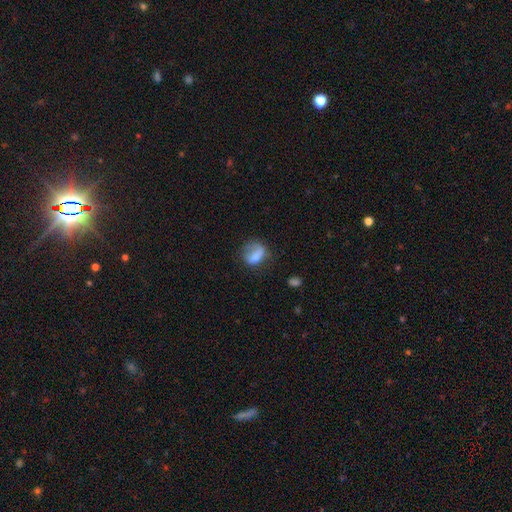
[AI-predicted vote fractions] Smooth or featured: smooth — 65% (featured or disk — 26%)
How rounded: in between — 50% (round — 48%)
Merging: none — 40% (major disturbance — 30%)